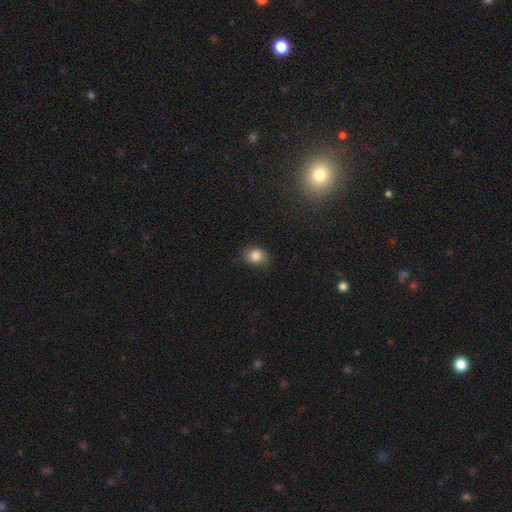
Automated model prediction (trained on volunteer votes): This is clearly a smooth galaxy (83%). How rounded: possibly in between (54%). Merging: likely none (70%).